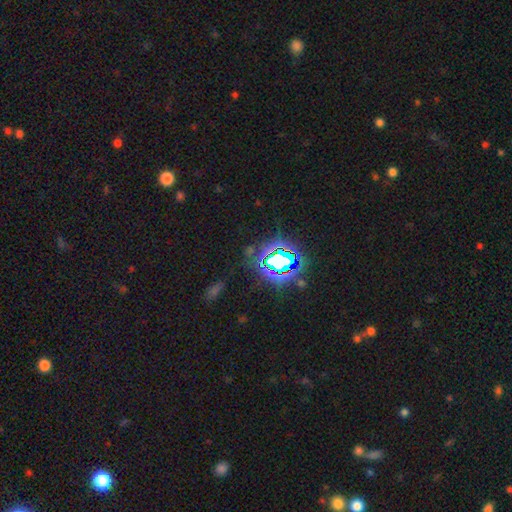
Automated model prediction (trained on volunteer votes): Smooth or featured? Predicted: star or artifact (p=0.81).